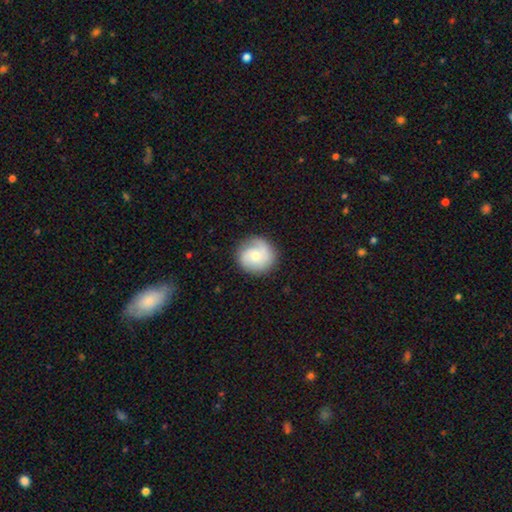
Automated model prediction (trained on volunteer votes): smooth_or_featured: featured or disk (p=0.53) [alt: smooth p=0.40]
disk_edge_on: no (p=0.98) [alt: yes p=0.02]
bar: no (p=0.73) [alt: weak p=0.24]
has_spiral_arms: yes (p=0.86) [alt: no p=0.14]
bulge_size: small (p=0.48) [alt: moderate p=0.46]
merging: none (p=0.79) [alt: minor disturbance p=0.14]